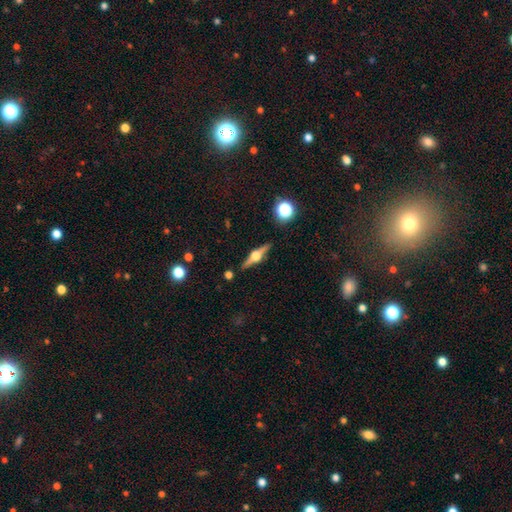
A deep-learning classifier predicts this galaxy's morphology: smooth_or_featured: featured or disk (p=0.79) [alt: smooth p=0.15]
disk_edge_on: yes (p=0.97) [alt: no p=0.03]
edge_on_bulge: rounded (p=0.94) [alt: boxy p=0.04]
merging: none (p=0.89) [alt: minor disturbance p=0.08]